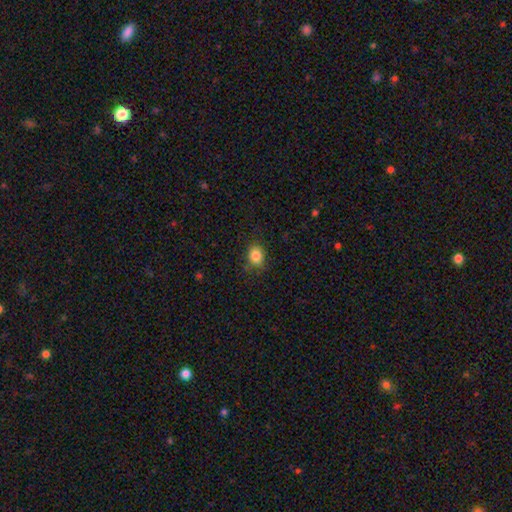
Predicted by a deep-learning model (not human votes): Smooth or featured?
  - smooth: 85% *
  - star or artifact: 10%
  - featured or disk: 5%
How rounded?
  - in between: 51% *
  - round: 48%
  - cigar-shaped: 1%
Merging?
  - none: 82% *
  - minor disturbance: 13%
  - major disturbance: 3%
  - merger: 1%